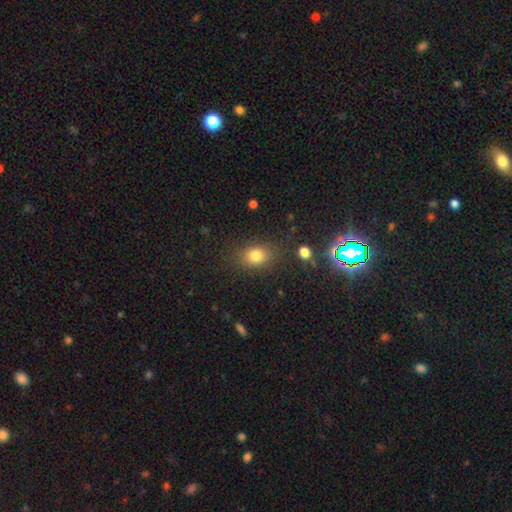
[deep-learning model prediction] Morphology: type=smooth (80%); roundness=in between (58%); merging=none (80%).